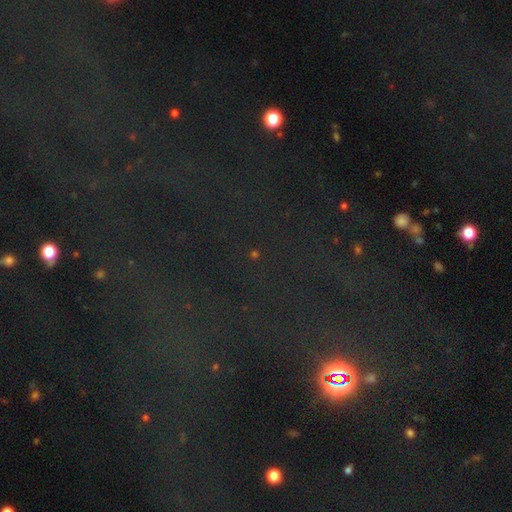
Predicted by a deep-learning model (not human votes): This is likely a star or artifact rather than a galaxy (77%).